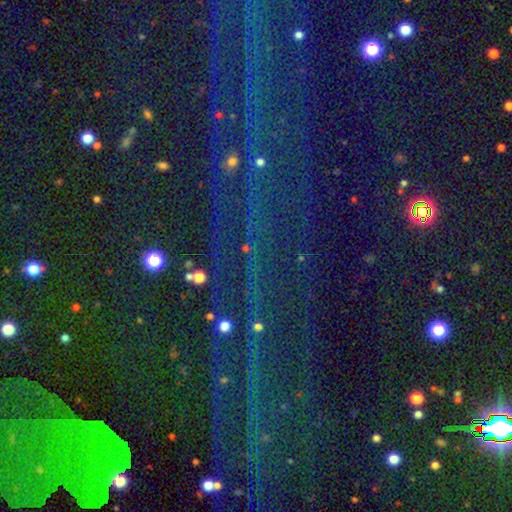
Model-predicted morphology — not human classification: smooth-or-featured: star or artifact: 83% | smooth: 9% | featured or disk: 8%